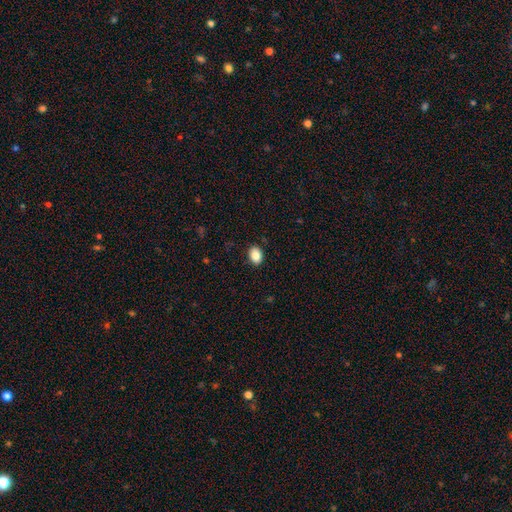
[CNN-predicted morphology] Overall: smooth (85%). How rounded: in between (73%). Merging: none (88%).